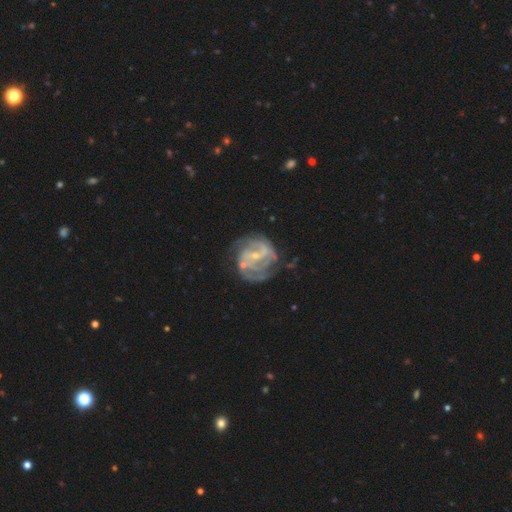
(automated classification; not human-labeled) smooth-or-featured: featured or disk: 85% | smooth: 8% | star or artifact: 6%
  disk-edge-on: no: 98% | yes: 2%
    bar: weak: 47% | no: 28% | strong: 25%
    has-spiral-arms: yes: 92% | no: 8%
      spiral-winding: tight: 48% | medium: 40% | loose: 12%
      spiral-arm-count: 2: 43% | can't tell: 25% | 3: 18% | 4: 6% | 1: 5% | more than 4: 4%
    bulge-size: small: 69% | moderate: 23% | none: 6% | large: 1% | dominant: 1%
  merging: none: 57% | minor disturbance: 21% | major disturbance: 16% | merger: 6%